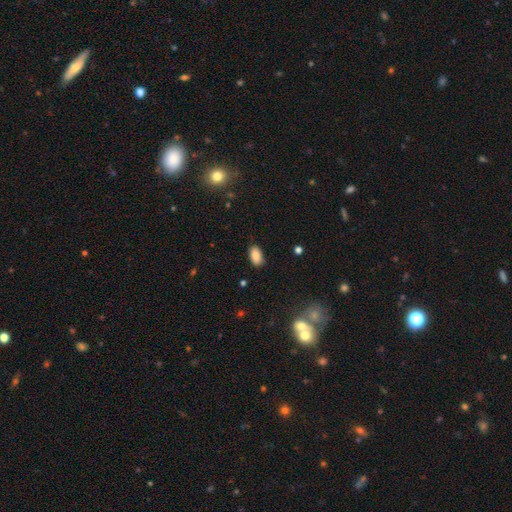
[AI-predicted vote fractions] This is clearly a smooth galaxy (87%). How rounded: clearly in between (94%). Merging: clearly none (84%).